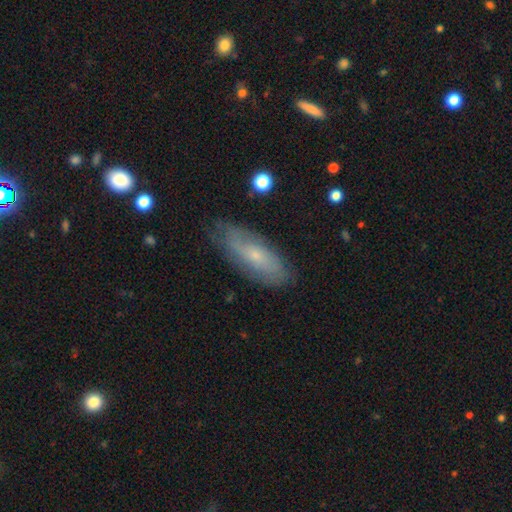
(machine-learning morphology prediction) Smooth or featured?
  - featured or disk: 47% *
  - smooth: 46%
  - star or artifact: 7%
Merging?
  - none: 76% *
  - minor disturbance: 19%
  - major disturbance: 4%
  - merger: 1%